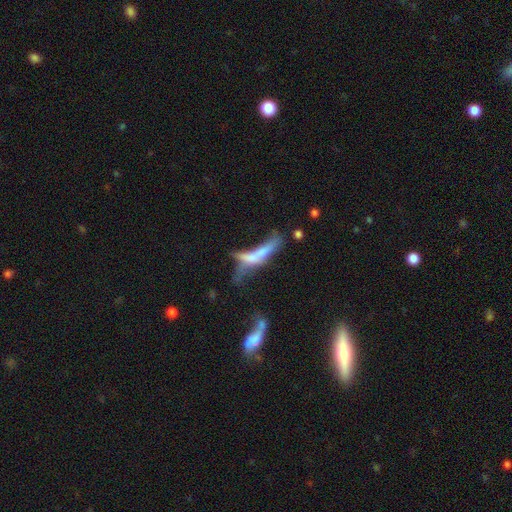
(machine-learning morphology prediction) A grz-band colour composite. It shows a featured or disk galaxy (46%). Merging: merger (34%).